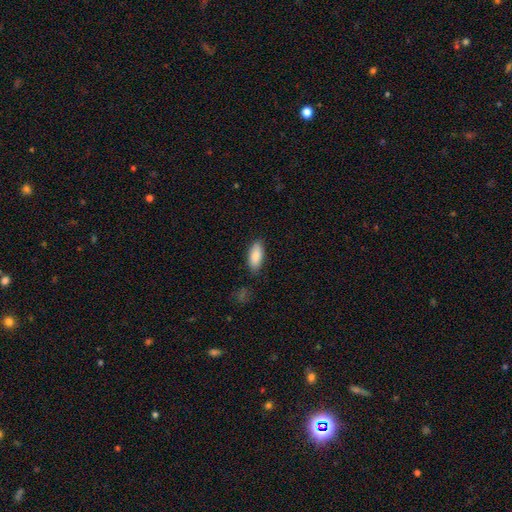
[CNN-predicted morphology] A smooth galaxy with no disk features (86%) that is in between round and cigar-shaped (82%). Merging: none (83%).